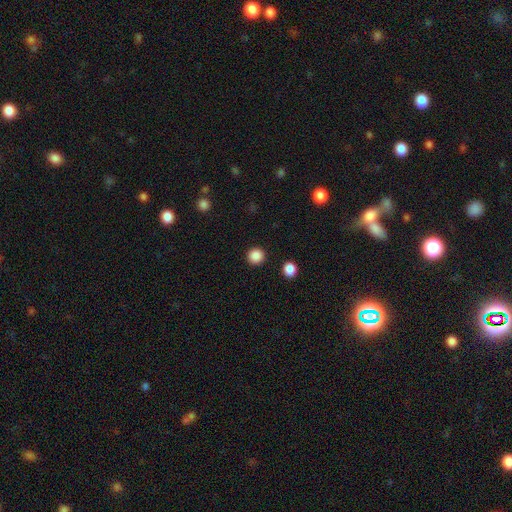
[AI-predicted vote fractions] This is clearly a smooth galaxy (87%). How rounded: clearly round (94%). Merging: clearly none (92%).